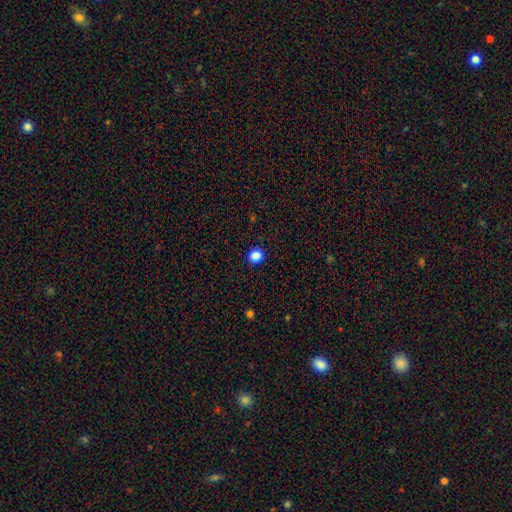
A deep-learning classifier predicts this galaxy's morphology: smooth_or_featured: smooth (p=0.86) [alt: star or artifact p=0.11]
how_rounded: round (p=0.73) [alt: in between p=0.26]
merging: none (p=0.90) [alt: minor disturbance p=0.07]